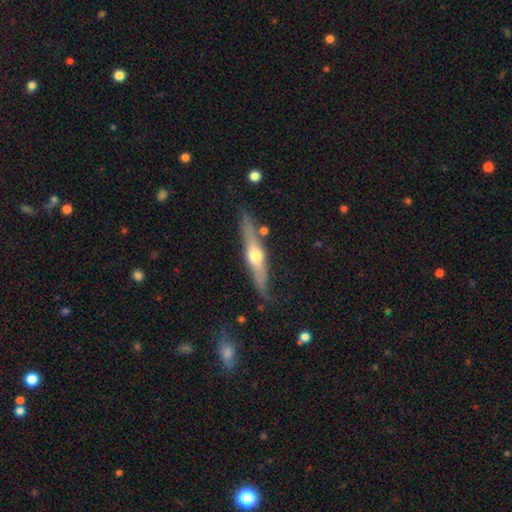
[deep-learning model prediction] Smooth or featured? featured or disk (63%)
Edge-on disk? yes (91%)
Edge-on bulge? rounded (92%)
Merging? none (77%)